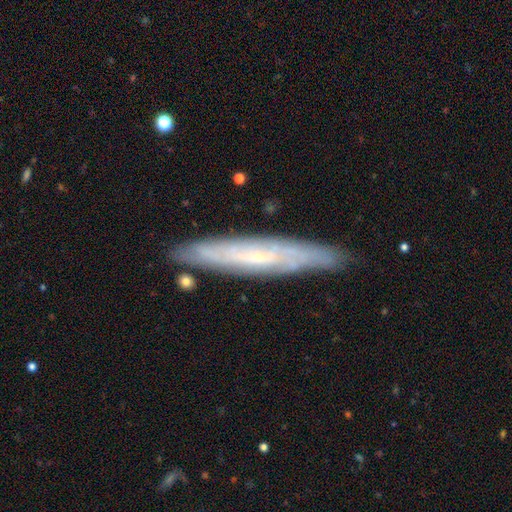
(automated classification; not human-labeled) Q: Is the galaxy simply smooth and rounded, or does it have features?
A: featured or disk — 66%.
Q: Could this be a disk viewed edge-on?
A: yes — 66%.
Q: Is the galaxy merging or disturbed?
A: none — 84%.